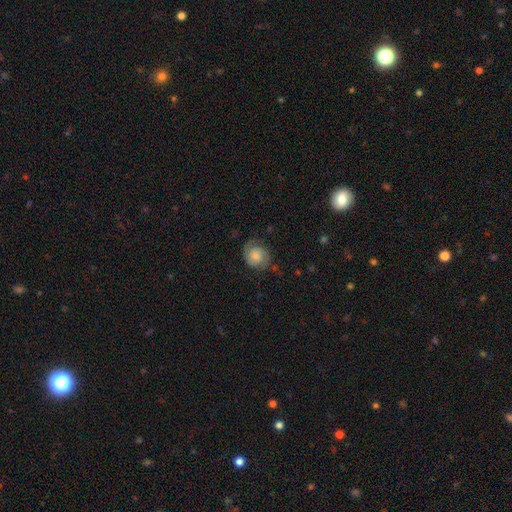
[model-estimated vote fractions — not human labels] Overall: featured or disk (69%). Edge-on disk: no (98%). Bar: no (67%; weak 28%). Spiral arms: yes (95%). Spiral arm count: 2 (85%). Spiral winding: tight (49%; medium 39%). Bulge size: small (39%; moderate 36%). Merging: none (71%).